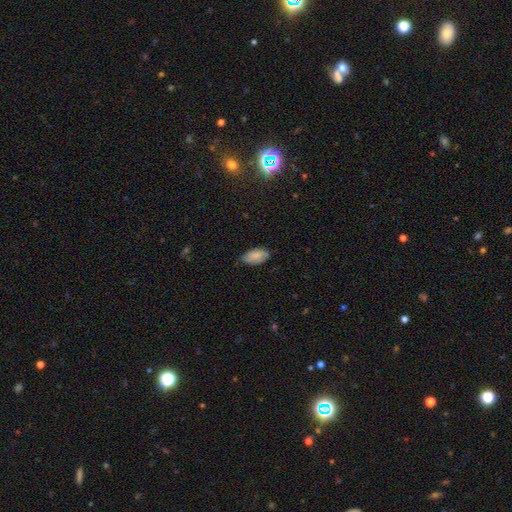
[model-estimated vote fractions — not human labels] Smooth or featured?
  - smooth: 75% *
  - featured or disk: 18%
  - star or artifact: 7%
How rounded?
  - in between: 94% *
  - round: 3%
  - cigar-shaped: 3%
Merging?
  - none: 67% *
  - minor disturbance: 28%
  - major disturbance: 4%
  - merger: 1%